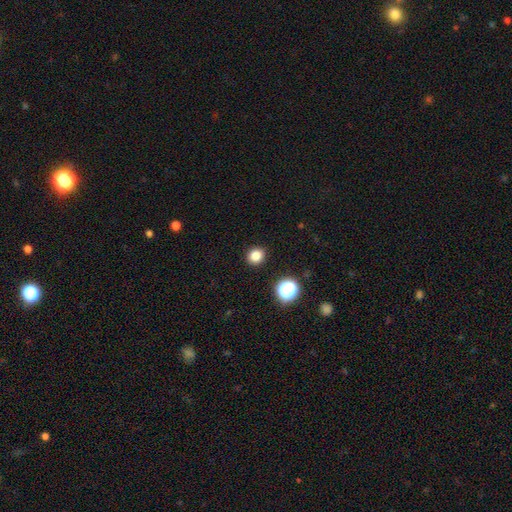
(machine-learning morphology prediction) Q: Smooth or featured?
A: smooth (82%); runner-up: star or artifact (13%)
Q: How rounded?
A: round (80%); runner-up: in between (19%)
Q: Merging?
A: none (91%); runner-up: minor disturbance (5%)